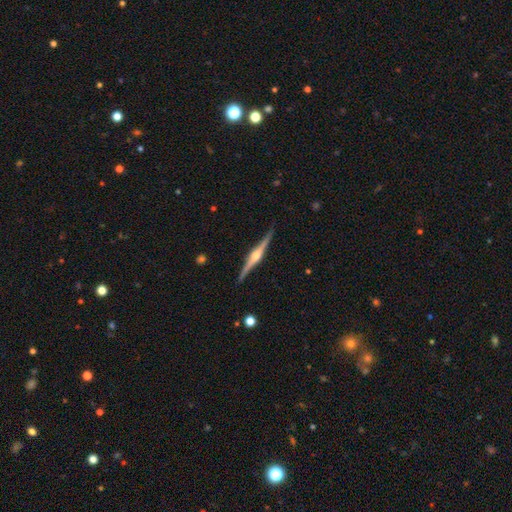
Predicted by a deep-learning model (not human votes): Morphology: type=featured or disk (86%); edge-on=yes (98%); edge-on bulge=rounded (89%); merging=none (90%).